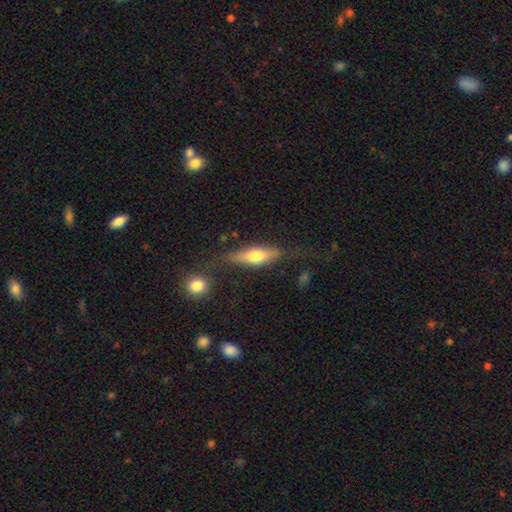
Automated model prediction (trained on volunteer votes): Overall: smooth (59%; featured or disk 35%). How rounded: in between (51%; cigar-shaped 45%). Merging: none (68%).